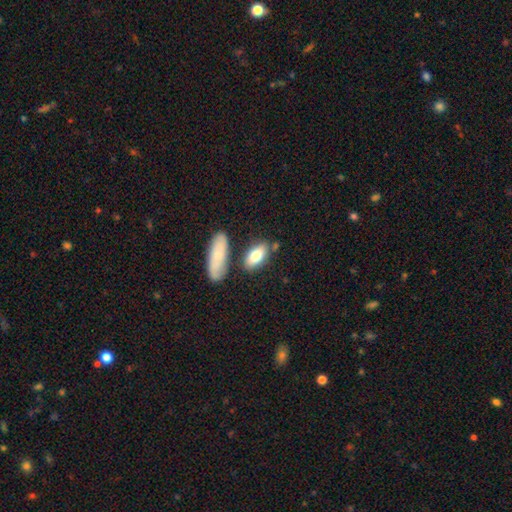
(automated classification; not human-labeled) This is likely a smooth galaxy (77%). How rounded: clearly in between (84%). Merging: likely none (70%).